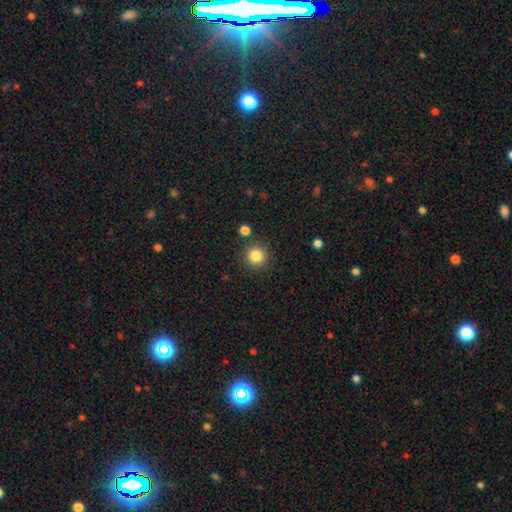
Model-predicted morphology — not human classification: This appears to be a smooth galaxy with no disk features (84%) that is round (95%). Merging: none (87%).